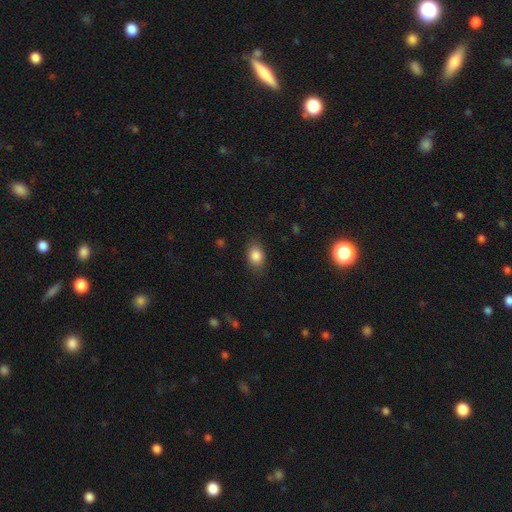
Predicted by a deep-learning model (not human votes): smooth 85%, star or artifact 9%, featured or disk 7%. Down the decision tree: how rounded — in between (75%); merging — none (82%).